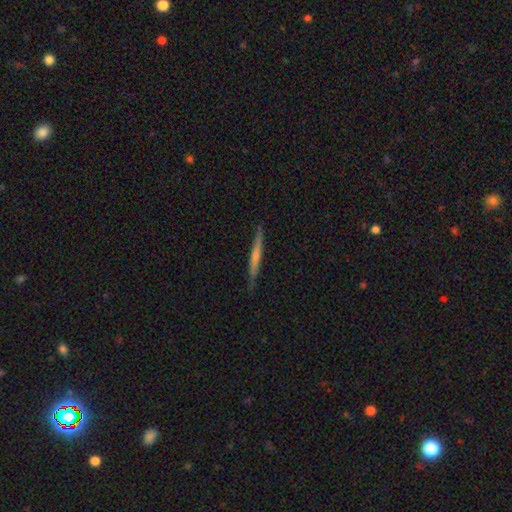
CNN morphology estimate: Smooth or featured?
  - featured or disk: 50% *
  - smooth: 44%
  - star or artifact: 6%
Edge-on disk?
  - yes: 97% *
  - no: 3%
Merging?
  - none: 86% *
  - minor disturbance: 11%
  - major disturbance: 2%
  - merger: 1%